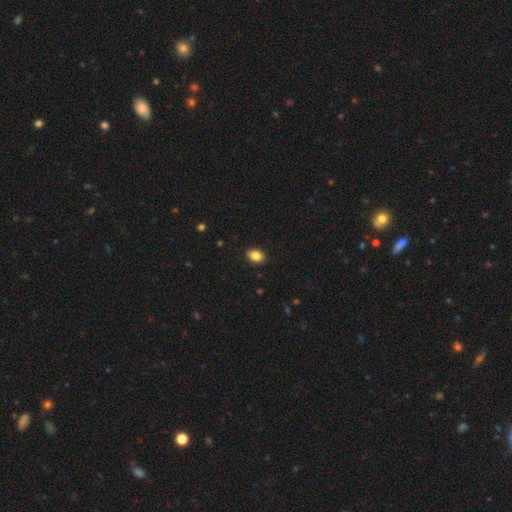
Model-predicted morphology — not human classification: Q: Smooth or featured?
A: smooth (84%); runner-up: star or artifact (9%)
Q: How rounded?
A: in between (75%); runner-up: round (23%)
Q: Merging?
A: none (90%); runner-up: minor disturbance (8%)